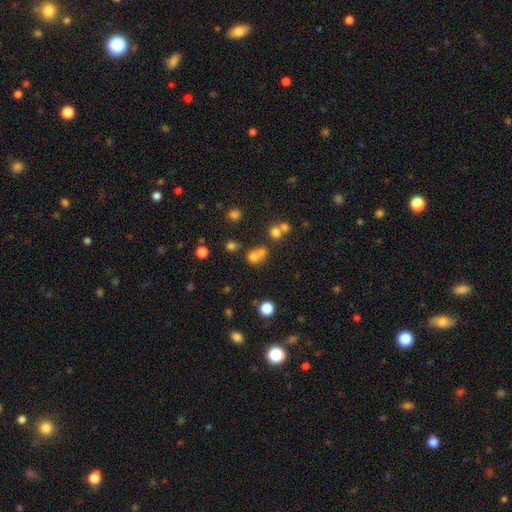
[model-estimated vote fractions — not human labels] This is likely a smooth galaxy (67%). How rounded: likely round (71%). Merging: possibly merger (49%).